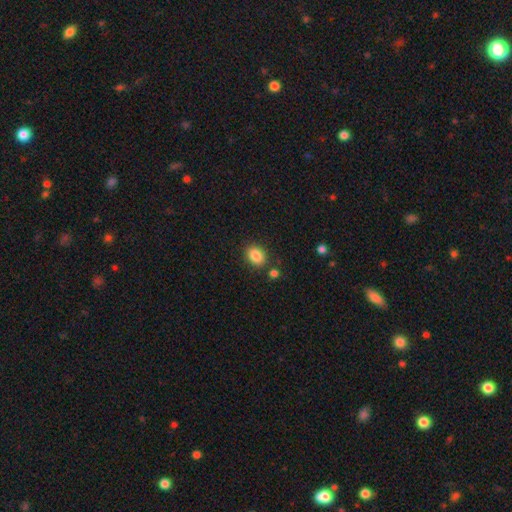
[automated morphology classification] Overall: smooth (86%). How rounded: in between (57%; round 42%). Merging: none (82%).